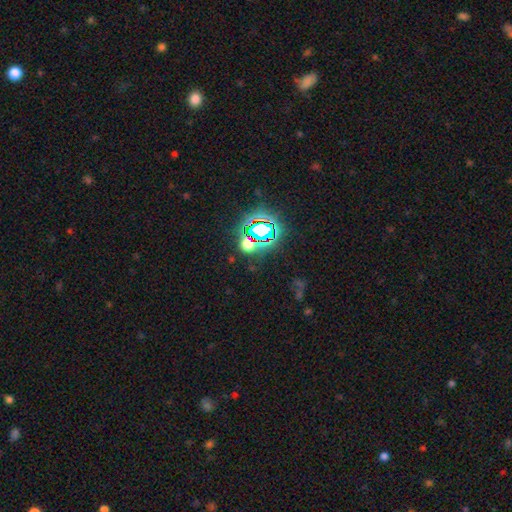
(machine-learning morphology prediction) Smooth or featured: star or artifact — 76% (smooth — 15%)